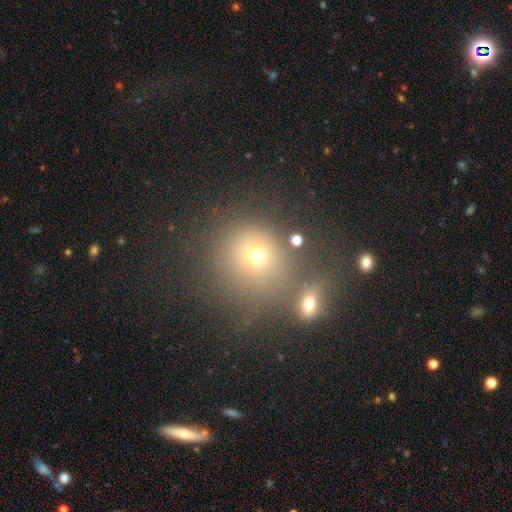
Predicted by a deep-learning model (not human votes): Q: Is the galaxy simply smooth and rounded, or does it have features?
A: smooth — 66%.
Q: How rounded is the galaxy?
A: round — 87%.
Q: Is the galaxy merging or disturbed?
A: none — 58%.